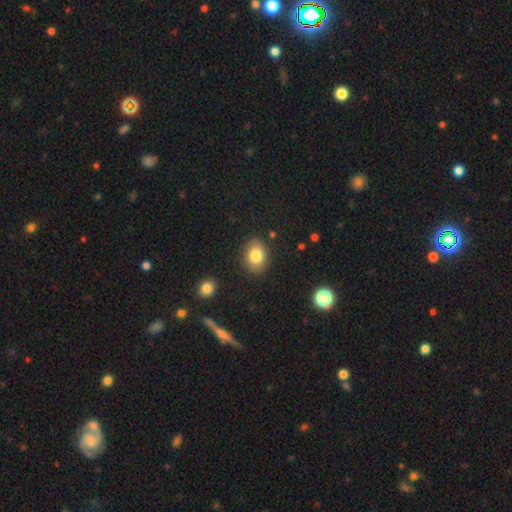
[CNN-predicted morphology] Q: Smooth or featured?
A: smooth (81%); runner-up: star or artifact (9%)
Q: How rounded?
A: in between (61%); runner-up: round (38%)
Q: Merging?
A: none (85%); runner-up: minor disturbance (11%)